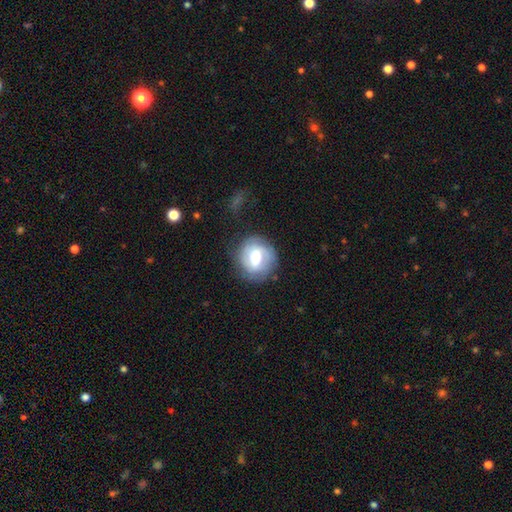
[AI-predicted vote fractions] Smooth or featured?
  - featured or disk: 50% *
  - smooth: 43%
  - star or artifact: 8%
Merging?
  - none: 77% *
  - minor disturbance: 15%
  - major disturbance: 7%
  - merger: 1%